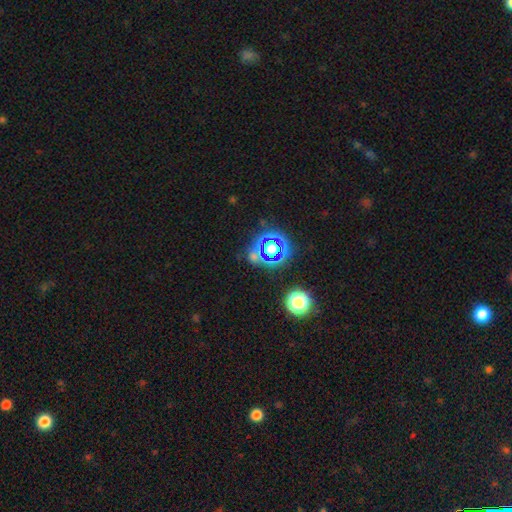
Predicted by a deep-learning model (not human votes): This appears to be a star or artifact, not a galaxy (70%).